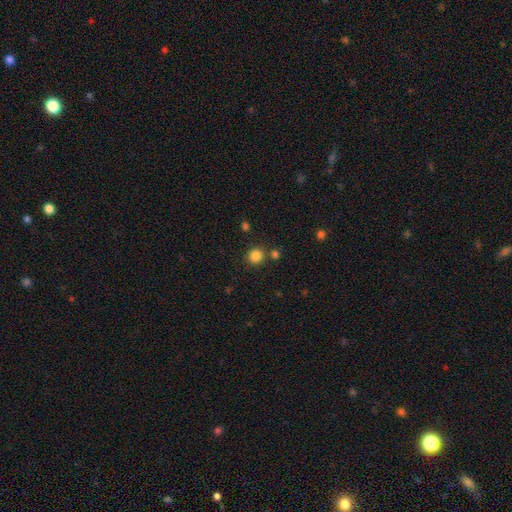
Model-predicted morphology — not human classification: smooth_or_featured: smooth (p=0.84) [alt: star or artifact p=0.12]
how_rounded: round (p=0.92) [alt: in between p=0.07]
merging: none (p=0.82) [alt: merger p=0.09]